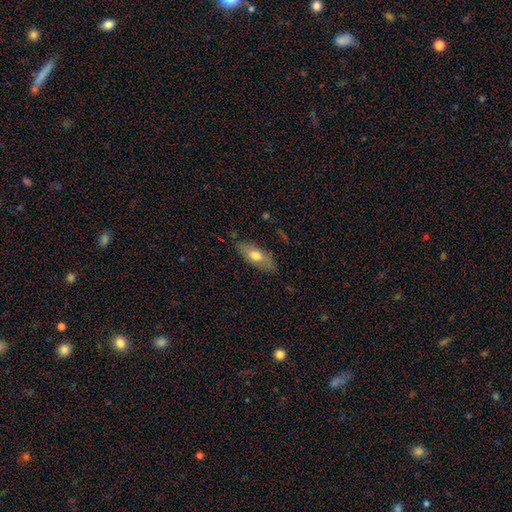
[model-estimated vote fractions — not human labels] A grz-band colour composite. It shows a smooth galaxy with no disk features (64%) that is in between round and cigar-shaped (75%). Merging: none (79%).